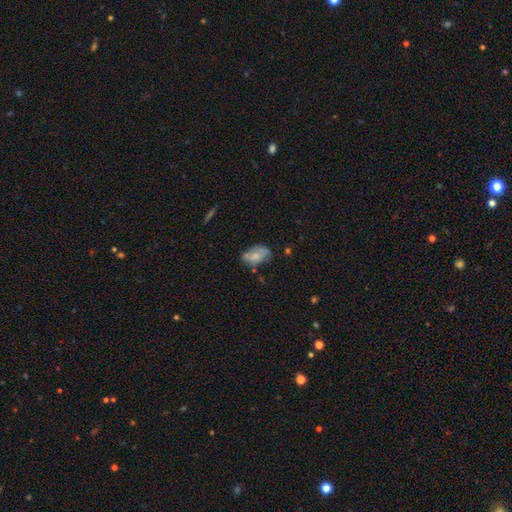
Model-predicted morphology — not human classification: A smooth galaxy with no disk features (62%) that is in between round and cigar-shaped (89%). Merging: none (50%).